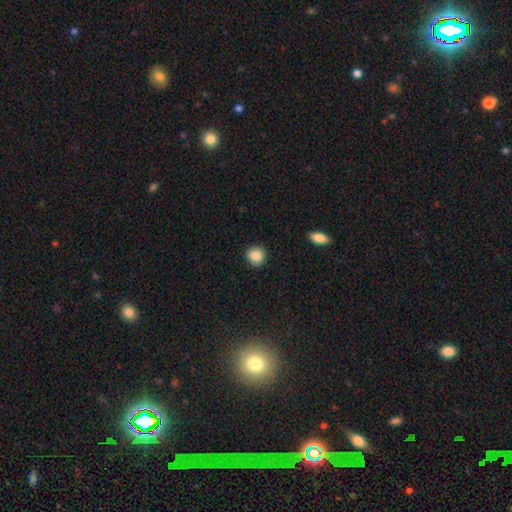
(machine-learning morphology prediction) This appears to be a smooth galaxy with no disk features (87%) that is round (90%). Merging: none (91%).